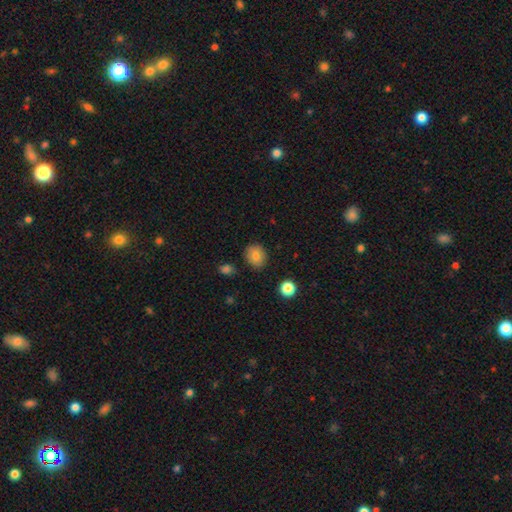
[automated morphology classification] Smooth or featured: smooth — 83% (star or artifact — 10%)
How rounded: round — 68% (in between — 31%)
Merging: none — 85% (minor disturbance — 10%)